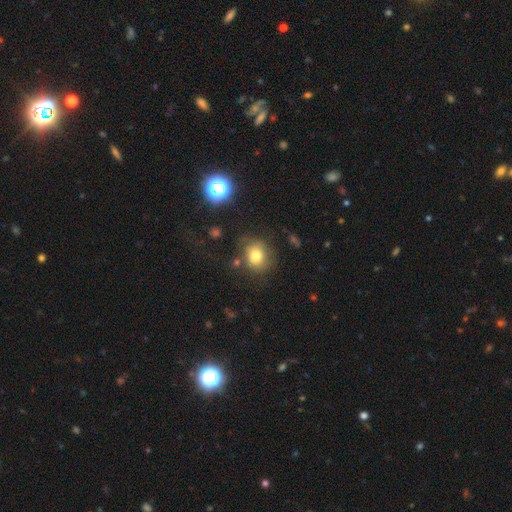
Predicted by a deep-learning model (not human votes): Smooth or featured?
  - smooth: 76% *
  - star or artifact: 13%
  - featured or disk: 11%
How rounded?
  - round: 75% *
  - in between: 24%
  - cigar-shaped: 1%
Merging?
  - none: 73% *
  - minor disturbance: 17%
  - major disturbance: 6%
  - merger: 4%